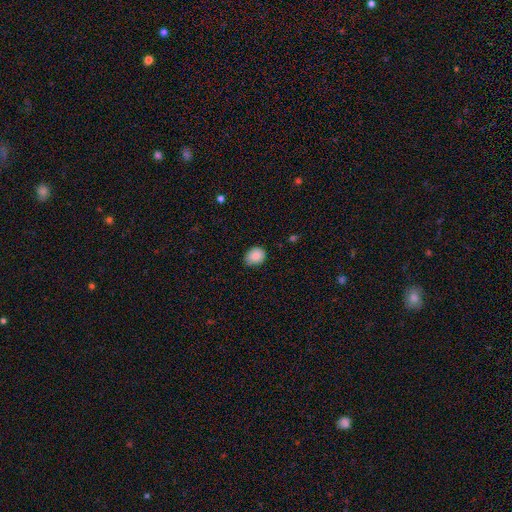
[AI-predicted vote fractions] smooth-or-featured: smooth: 86% | star or artifact: 8% | featured or disk: 5%
  how-rounded: round: 57% | in between: 42% | cigar-shaped: 1%
  merging: none: 75% | minor disturbance: 21% | major disturbance: 3% | merger: 1%